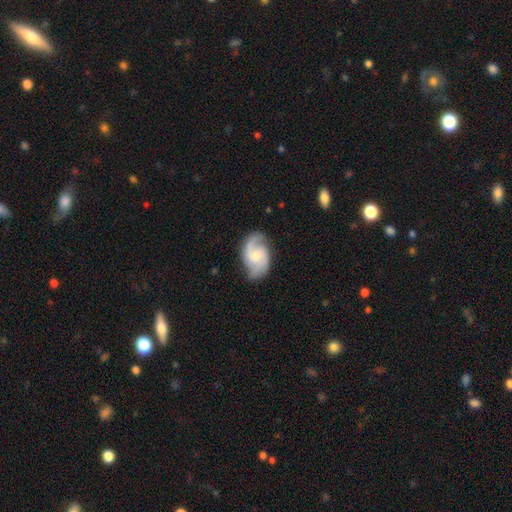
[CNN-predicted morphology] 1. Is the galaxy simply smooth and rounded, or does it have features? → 84% featured or disk, 11% smooth, 5% star or artifact.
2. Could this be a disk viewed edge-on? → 97% no, 3% yes.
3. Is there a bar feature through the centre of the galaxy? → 47% no, 46% weak, 7% strong.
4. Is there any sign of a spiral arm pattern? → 97% yes, 3% no.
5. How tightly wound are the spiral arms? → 53% medium, 27% loose, 20% tight.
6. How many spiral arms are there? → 89% 2, 4% can't tell, 3% 3, 2% 1, 1% 4, 1% more than 4.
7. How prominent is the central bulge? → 53% small, 36% moderate, 7% none, 3% large, 1% dominant.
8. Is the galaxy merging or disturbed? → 78% none, 16% minor disturbance, 5% major disturbance, 1% merger.